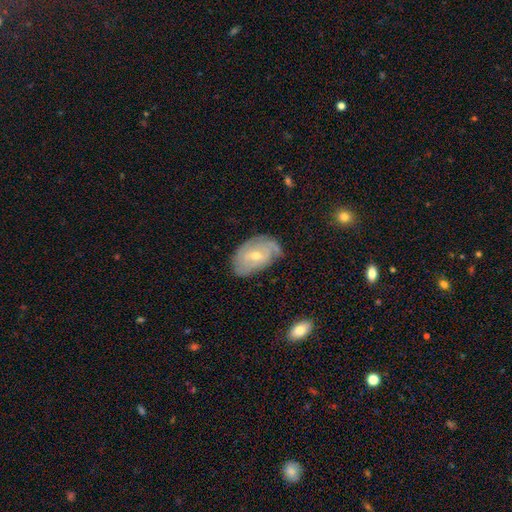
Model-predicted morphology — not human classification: A featured or disk galaxy (68%) with no bar (57%), tight (61%) spiral arms (79%) and a small central bulge (49%). Merging: none (62%).